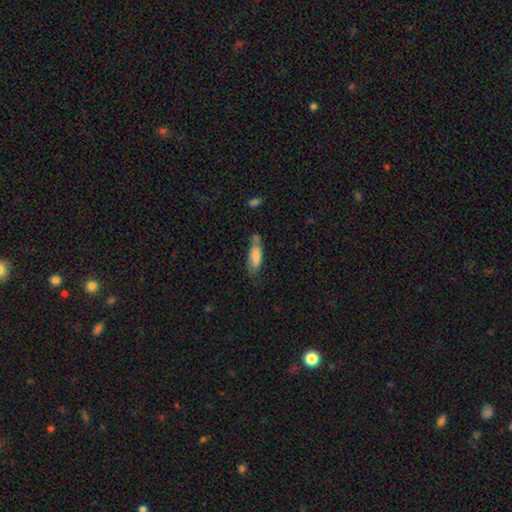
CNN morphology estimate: This is likely a smooth galaxy (76%). How rounded: possibly in between (53%). Merging: possibly none (49%).